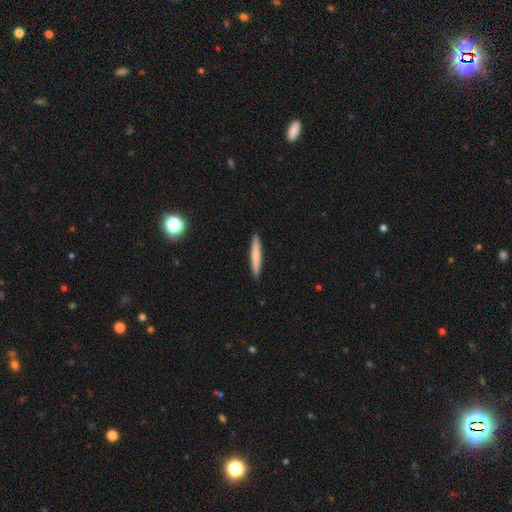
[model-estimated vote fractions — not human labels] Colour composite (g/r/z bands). It shows a smooth galaxy with no disk features (73%) that is cigar-shaped (94%). Merging: none (91%).